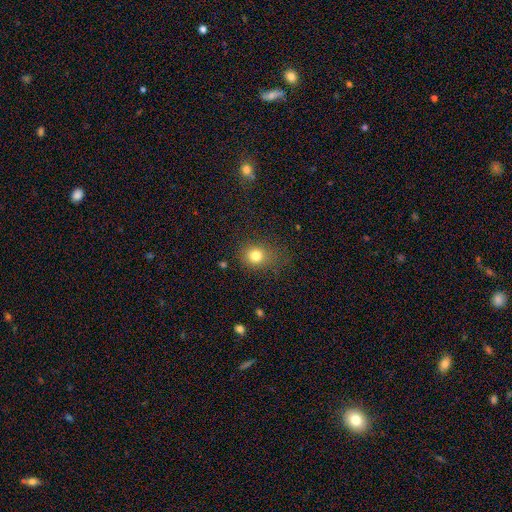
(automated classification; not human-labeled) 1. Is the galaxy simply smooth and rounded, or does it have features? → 79% smooth, 14% star or artifact, 7% featured or disk.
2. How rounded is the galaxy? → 67% round, 32% in between, 1% cigar-shaped.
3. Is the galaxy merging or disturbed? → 73% none, 17% minor disturbance, 8% major disturbance, 2% merger.